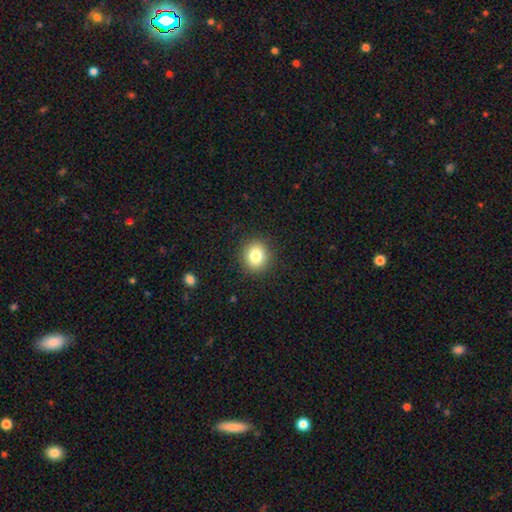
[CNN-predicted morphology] Smooth or featured? Predicted: smooth (p=0.82). How rounded? Predicted: round (p=0.80). Merging? Predicted: none (p=0.90).